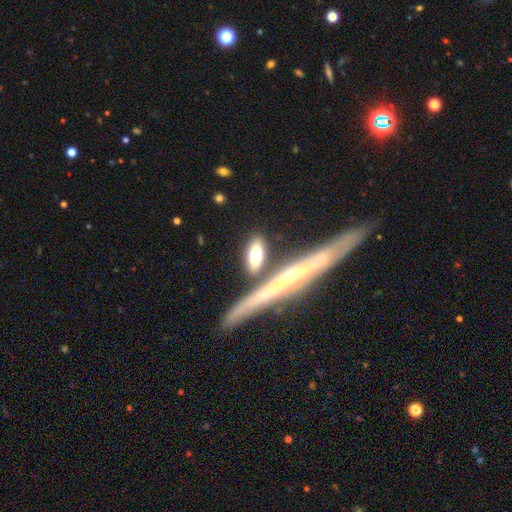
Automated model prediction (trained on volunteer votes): Smooth or featured: smooth — 68% (featured or disk — 26%)
How rounded: in between — 63% (cigar-shaped — 33%)
Merging: none — 70% (merger — 13%)